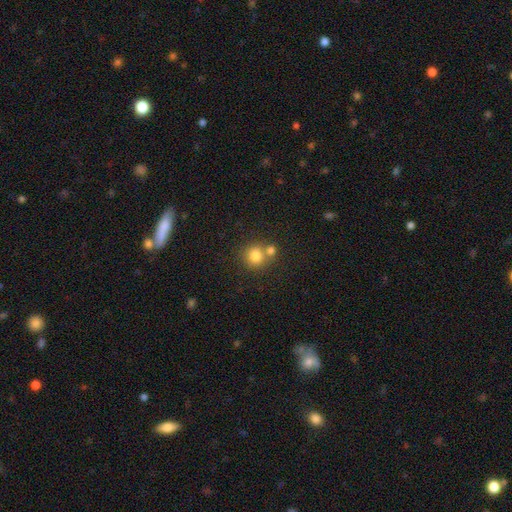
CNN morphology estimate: Smooth or featured: smooth — 80% (star or artifact — 12%)
How rounded: round — 90% (in between — 9%)
Merging: none — 55% (merger — 34%)